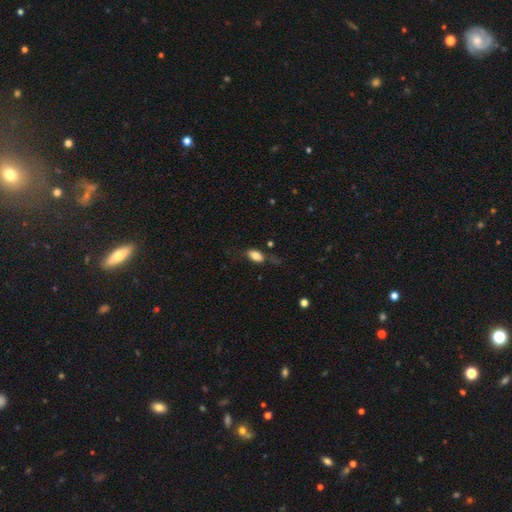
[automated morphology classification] A smooth galaxy with no disk features (80%) that is in between round and cigar-shaped (89%).

Vote fractions:
- Smooth or featured? smooth: 80% / featured or disk: 12% / star or artifact: 8%
- How rounded? in between: 89% / round: 6% / cigar-shaped: 4%
- Merging? none: 66% / minor disturbance: 21% / major disturbance: 9% / merger: 3%